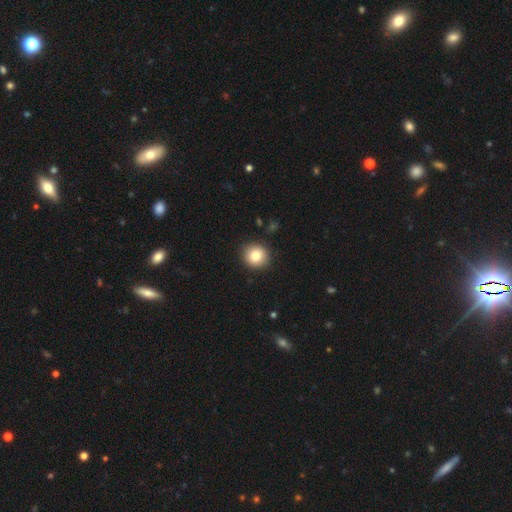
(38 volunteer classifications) Q: Smooth or featured?
A: smooth (84%); runner-up: featured or disk (8%)
Q: How rounded?
A: round (94%); runner-up: in between (6%)
Q: Merging?
A: none (89%); runner-up: major disturbance (9%)